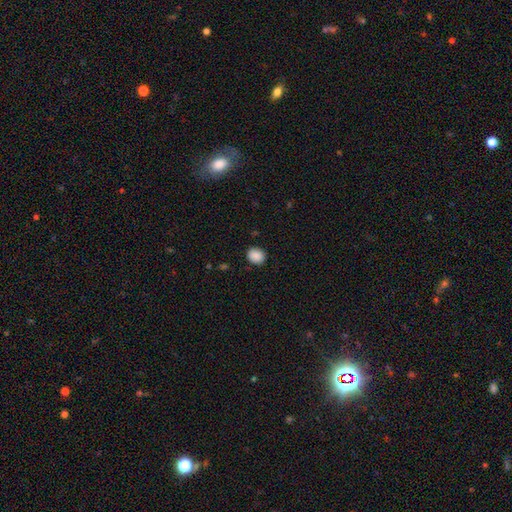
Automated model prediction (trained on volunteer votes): Overall: smooth (89%). How rounded: round (65%; in between 35%). Merging: none (88%).